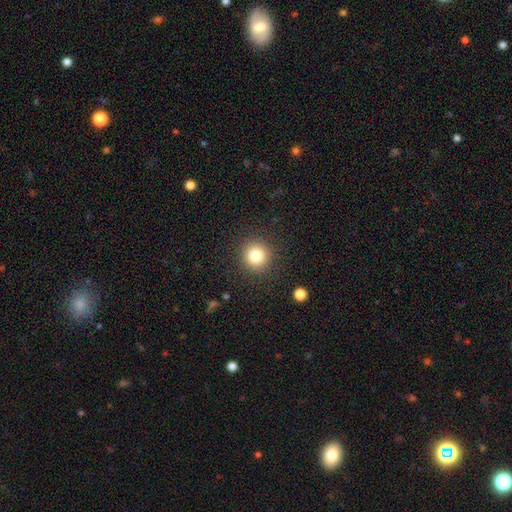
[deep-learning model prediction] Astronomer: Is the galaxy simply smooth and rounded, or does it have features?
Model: smooth — 80%.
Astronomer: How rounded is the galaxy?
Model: round — 94%.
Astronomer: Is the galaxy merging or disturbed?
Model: none — 90%.